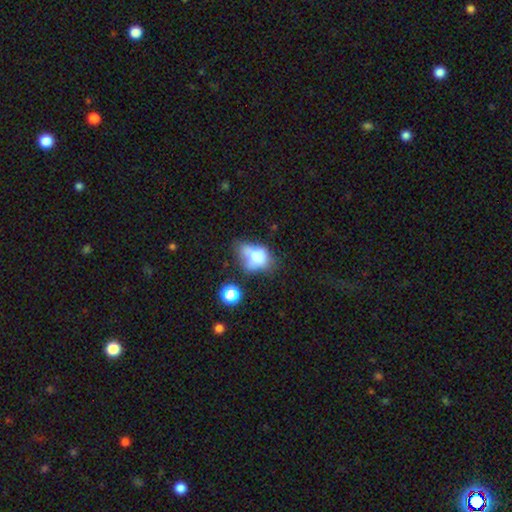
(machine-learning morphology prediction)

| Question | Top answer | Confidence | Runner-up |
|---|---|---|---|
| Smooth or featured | smooth | 65% | featured or disk (22%) |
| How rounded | in between | 68% | round (30%) |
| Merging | minor disturbance | 28% | none (26%) |